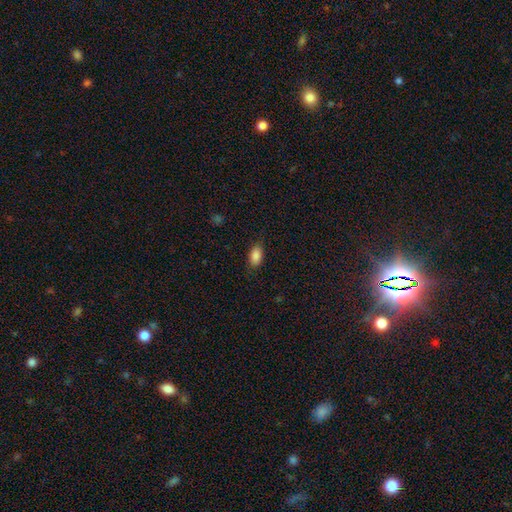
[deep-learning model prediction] A smooth galaxy with no disk features (88%) that is in between round and cigar-shaped (92%). Merging: none (83%).